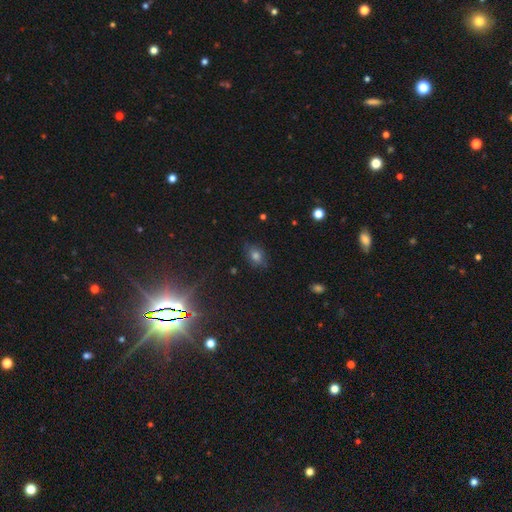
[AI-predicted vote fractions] This is likely a smooth galaxy (66%). How rounded: likely in between (65%). Merging: likely none (79%).